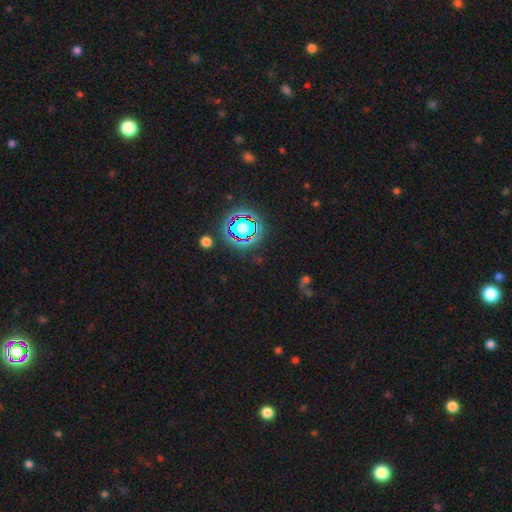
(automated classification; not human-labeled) Morphology: type=star or artifact (75%).